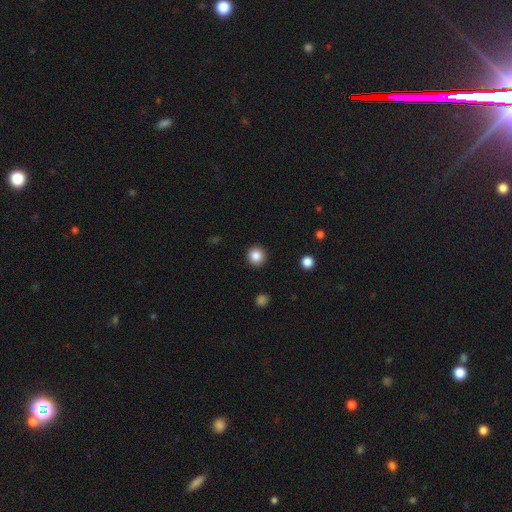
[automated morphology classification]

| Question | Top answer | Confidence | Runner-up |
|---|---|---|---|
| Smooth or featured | smooth | 86% | star or artifact (10%) |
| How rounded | round | 95% | in between (4%) |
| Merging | none | 93% | minor disturbance (5%) |